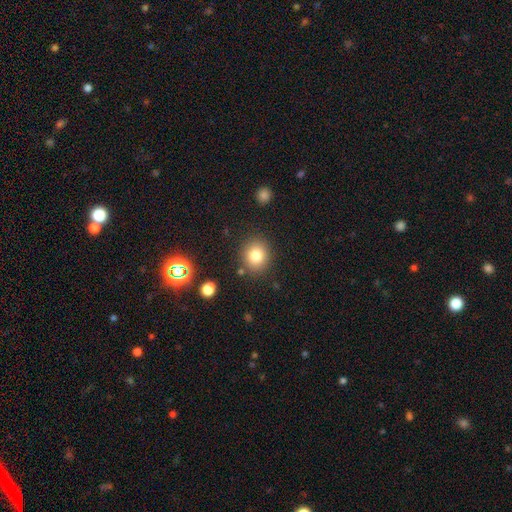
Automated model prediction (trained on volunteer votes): A smooth galaxy with no disk features (80%) that is round (80%).

Vote fractions:
- Smooth or featured? smooth: 80% / star or artifact: 12% / featured or disk: 8%
- How rounded? round: 80% / in between: 20% / cigar-shaped: 1%
- Merging? none: 84% / minor disturbance: 9% / merger: 4% / major disturbance: 3%